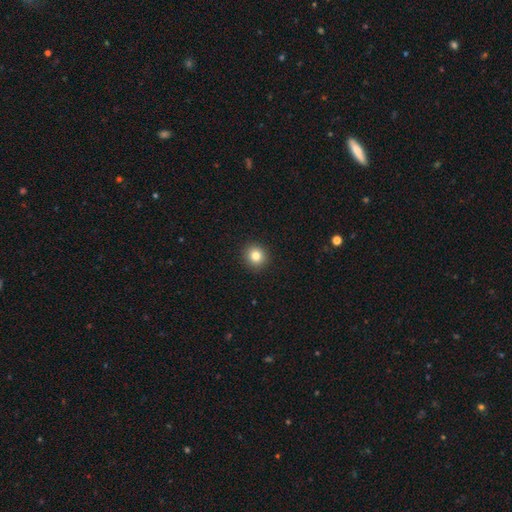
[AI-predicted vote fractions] Q: Smooth or featured?
A: smooth (82%); runner-up: star or artifact (11%)
Q: How rounded?
A: round (90%); runner-up: in between (9%)
Q: Merging?
A: none (92%); runner-up: minor disturbance (5%)